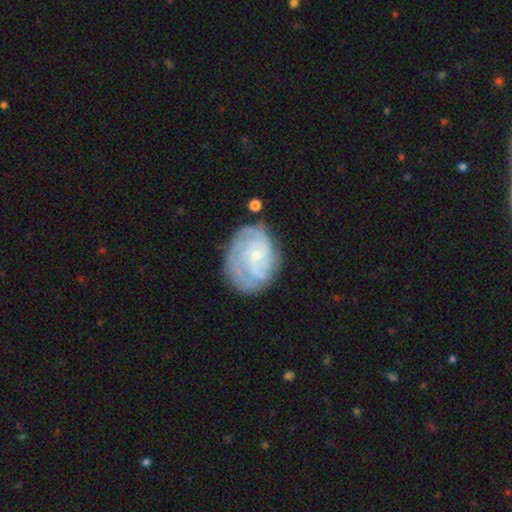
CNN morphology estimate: The model was most divided on "spiral arm count": can't tell: 39%, 3: 19%, 4: 17%, 2: 14%, more than 4: 6%, 1: 5%. More confident: edge-on disk — no (97%); spiral arms — yes (91%); bulge size — small (80%); smooth or featured — featured or disk (77%); bar — no (72%); merging — none (68%); spiral winding — tight (66%).